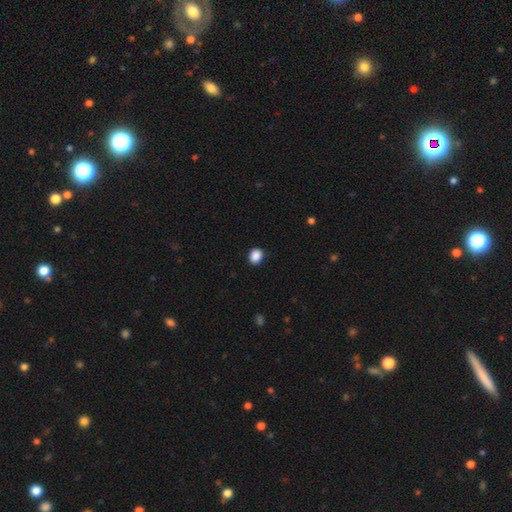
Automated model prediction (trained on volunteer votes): Smooth or featured? smooth (89%)
How rounded? round (61%)
Merging? none (90%)